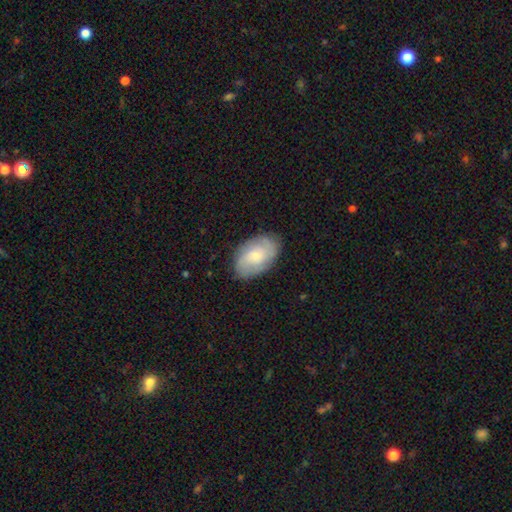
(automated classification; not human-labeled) A featured or disk galaxy (47%).

Vote fractions:
- Smooth or featured? featured or disk: 47% / smooth: 46% / star or artifact: 7%
- Merging? none: 81% / minor disturbance: 14% / major disturbance: 4% / merger: 1%